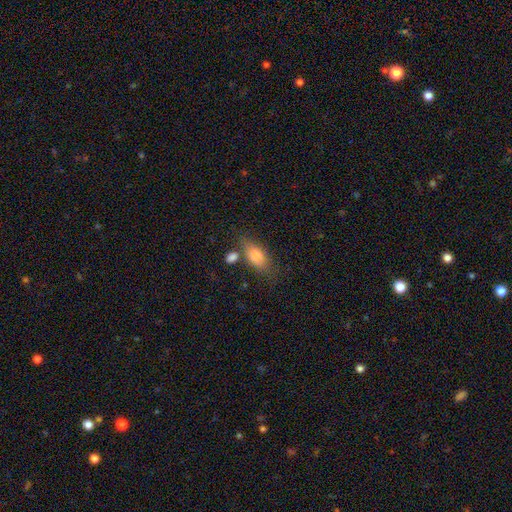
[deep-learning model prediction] Overall: smooth (79%). How rounded: in between (85%). Merging: none (61%).